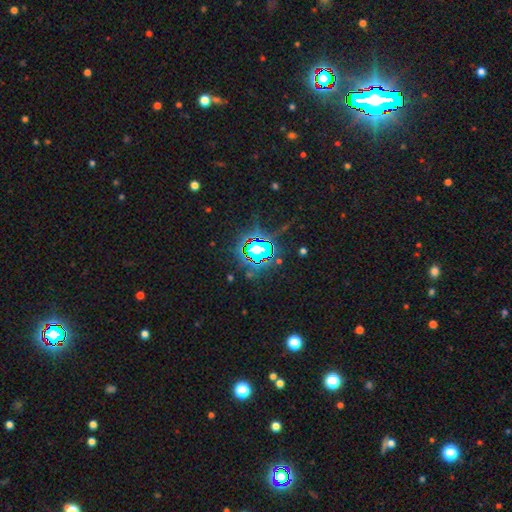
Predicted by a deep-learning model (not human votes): Q: Smooth or featured?
A: star or artifact (78%); runner-up: smooth (13%)